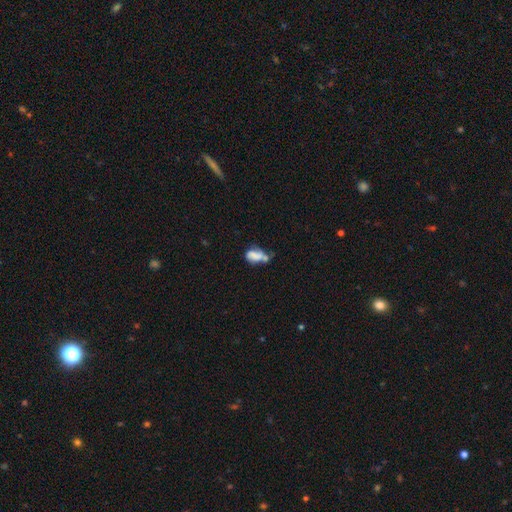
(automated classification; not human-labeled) Overall: smooth (62%; featured or disk 27%). How rounded: in between (85%). Merging: merger (35%; none 22%).